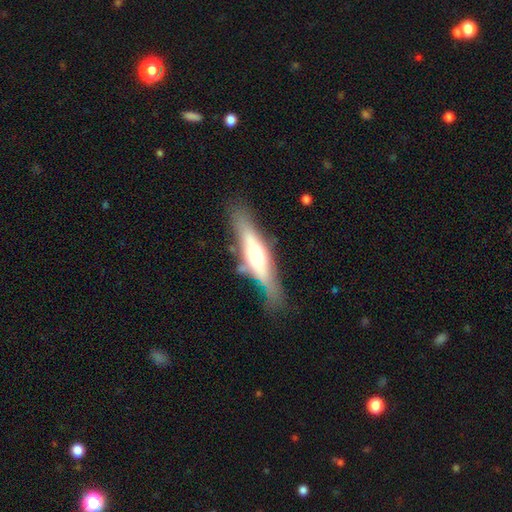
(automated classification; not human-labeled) Smooth or featured? featured or disk (53%)
Edge-on disk? yes (85%)
Merging? none (70%)